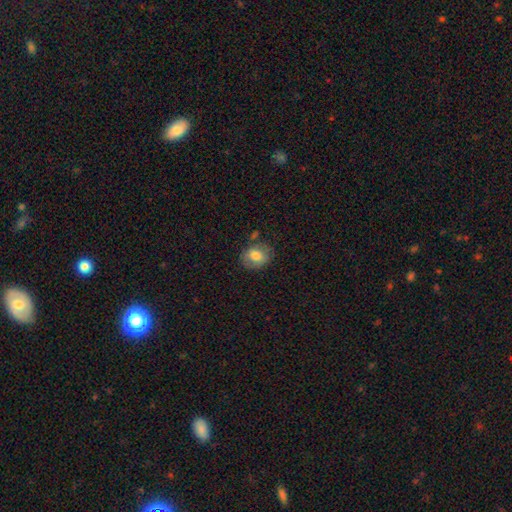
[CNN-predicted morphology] This is likely a smooth galaxy (76%). How rounded: possibly round (56%). Merging: likely none (72%).